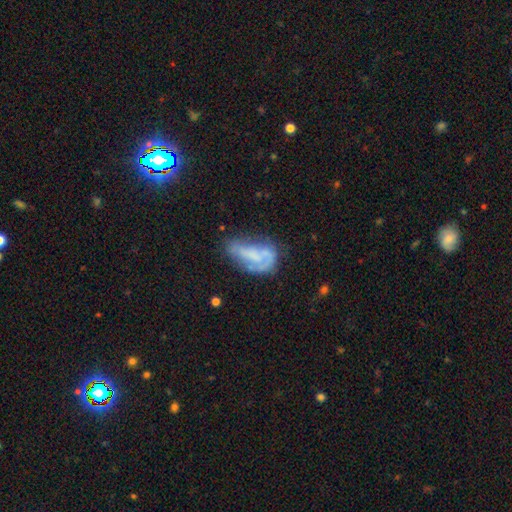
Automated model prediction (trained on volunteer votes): A featured or disk galaxy (51%).

Vote fractions:
- Smooth or featured? featured or disk: 51% / smooth: 39% / star or artifact: 10%
- Edge-on disk? no: 94% / yes: 6%
- Merging? none: 34% / major disturbance: 30% / minor disturbance: 29% / merger: 8%